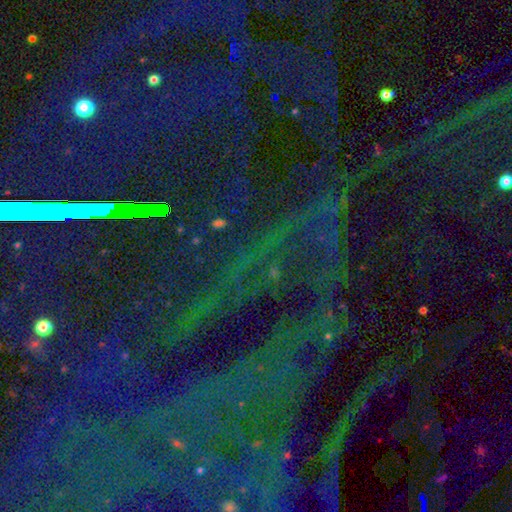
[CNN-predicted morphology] Smooth or featured?
  - star or artifact: 84% *
  - featured or disk: 8%
  - smooth: 7%